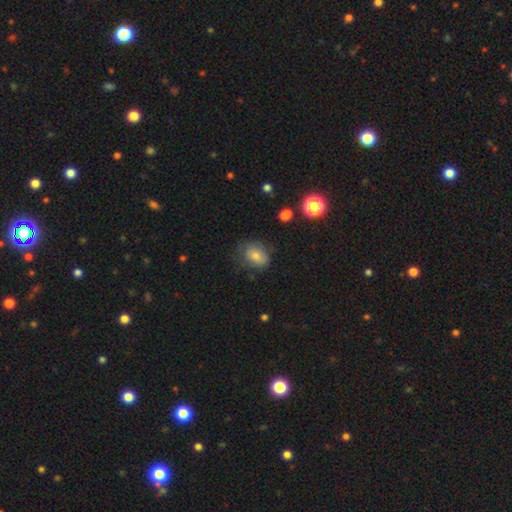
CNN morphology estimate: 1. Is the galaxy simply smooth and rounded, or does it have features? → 67% smooth, 21% featured or disk, 12% star or artifact.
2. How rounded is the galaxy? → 67% in between, 32% round, 1% cigar-shaped.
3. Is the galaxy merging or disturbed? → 66% none, 24% minor disturbance, 9% major disturbance, 2% merger.